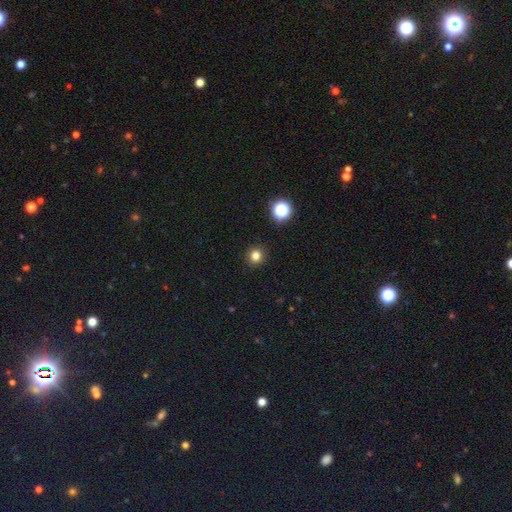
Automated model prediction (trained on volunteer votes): This is likely a smooth galaxy (79%). How rounded: clearly round (91%). Merging: clearly none (92%).